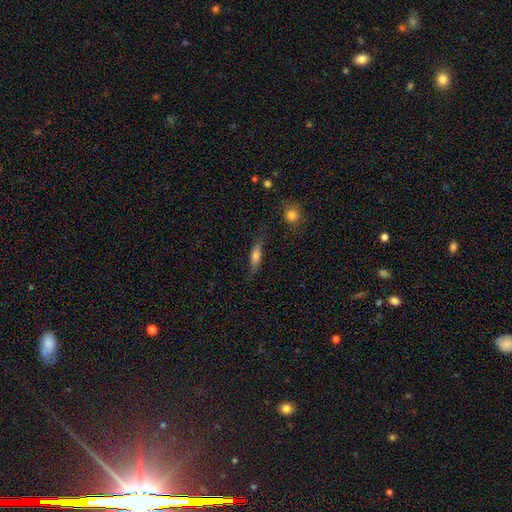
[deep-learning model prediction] Smooth or featured? smooth (65%)
How rounded? cigar-shaped (54%)
Merging? none (71%)